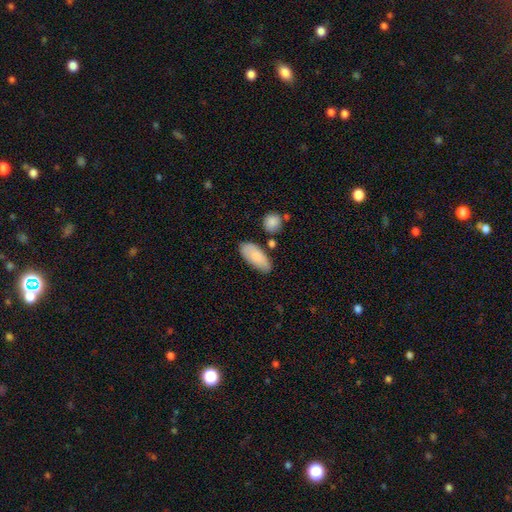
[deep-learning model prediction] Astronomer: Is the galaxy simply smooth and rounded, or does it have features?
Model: smooth — 85%.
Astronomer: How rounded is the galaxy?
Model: in between — 85%.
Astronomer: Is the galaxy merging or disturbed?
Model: none — 74%.